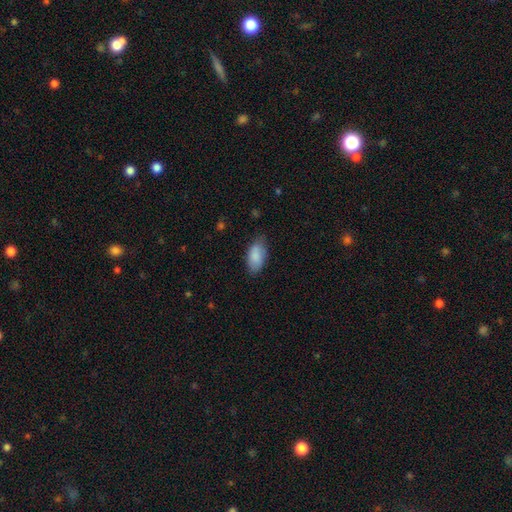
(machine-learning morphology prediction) type=smooth (87%); roundness=in between (93%); merging=none (72%).